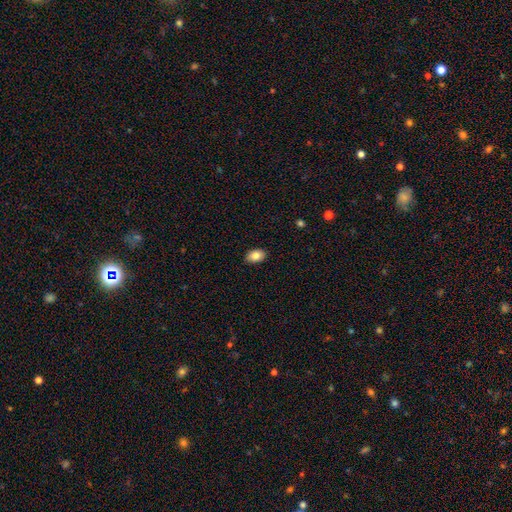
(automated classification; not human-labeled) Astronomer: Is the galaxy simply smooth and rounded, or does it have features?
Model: smooth — 84%.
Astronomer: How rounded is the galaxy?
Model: in between — 86%.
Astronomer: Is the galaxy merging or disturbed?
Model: none — 88%.